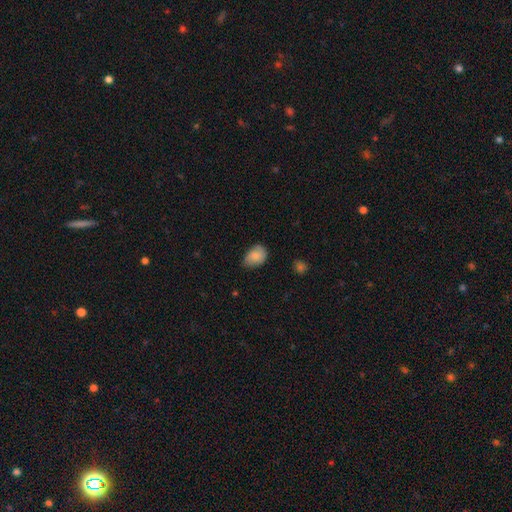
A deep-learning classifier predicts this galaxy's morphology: type=smooth (83%); roundness=in between (78%); merging=none (61%).